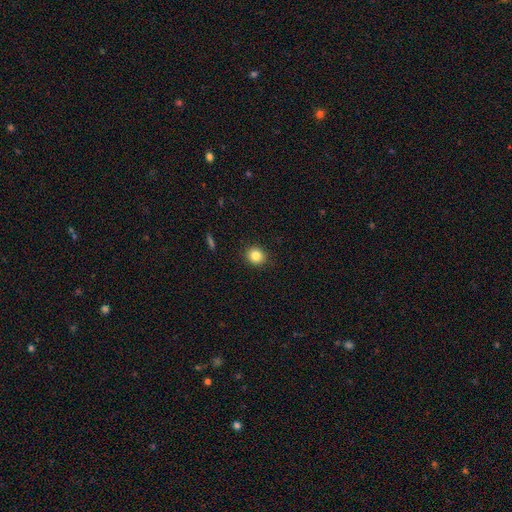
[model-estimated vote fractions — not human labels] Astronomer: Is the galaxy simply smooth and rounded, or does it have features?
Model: smooth — 83%.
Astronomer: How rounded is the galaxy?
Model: round — 85%.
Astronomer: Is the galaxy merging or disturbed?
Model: none — 90%.